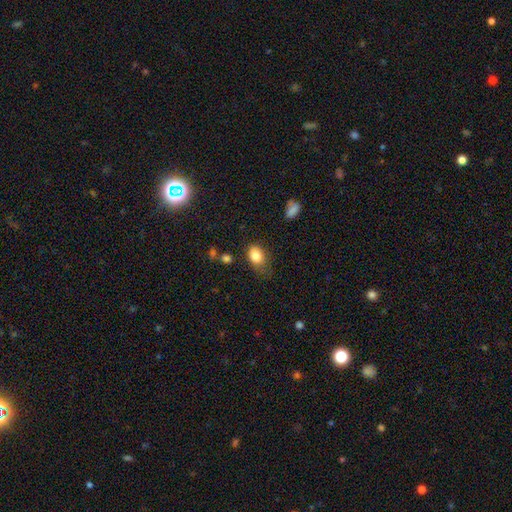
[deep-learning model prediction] A smooth galaxy with no disk features (84%) that is in between round and cigar-shaped (77%). Merging: none (60%).